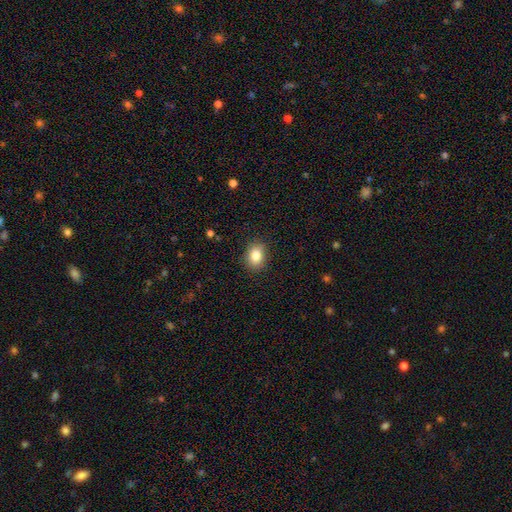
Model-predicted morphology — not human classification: This appears to be a smooth galaxy with no disk features (84%) that is in between round and cigar-shaped (59%). Merging: none (88%).